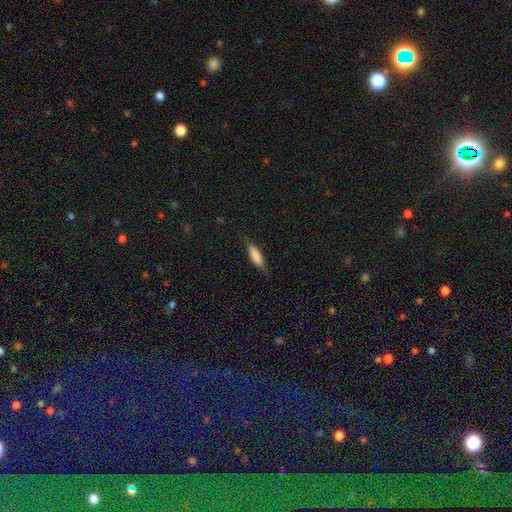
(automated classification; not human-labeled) This is likely a smooth galaxy (75%). How rounded: possibly cigar-shaped (55%). Merging: likely none (78%).